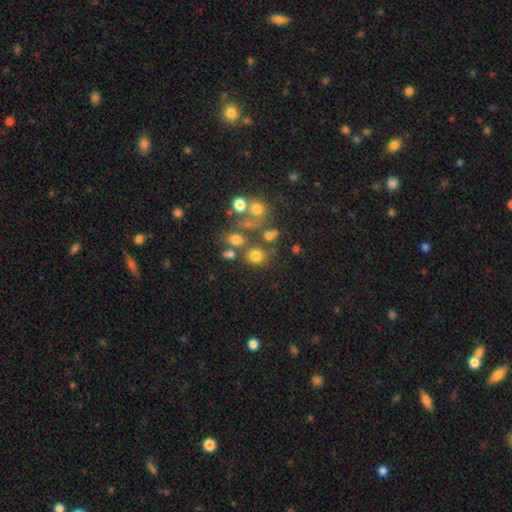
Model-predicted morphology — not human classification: Overall: smooth (72%). How rounded: round (81%). Merging: none (65%).